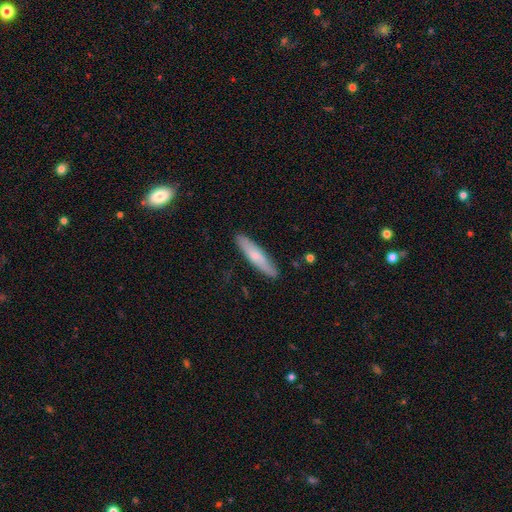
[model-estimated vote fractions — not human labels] Overall: smooth (65%; featured or disk 29%). How rounded: cigar-shaped (85%). Merging: none (87%).